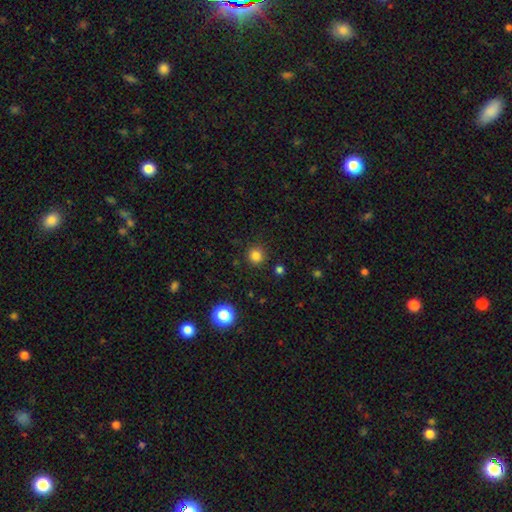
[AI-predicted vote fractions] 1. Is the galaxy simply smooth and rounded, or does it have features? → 82% smooth, 14% star or artifact, 4% featured or disk.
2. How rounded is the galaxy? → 94% round, 5% in between, 1% cigar-shaped.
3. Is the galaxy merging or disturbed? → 89% none, 6% minor disturbance, 2% major disturbance, 2% merger.